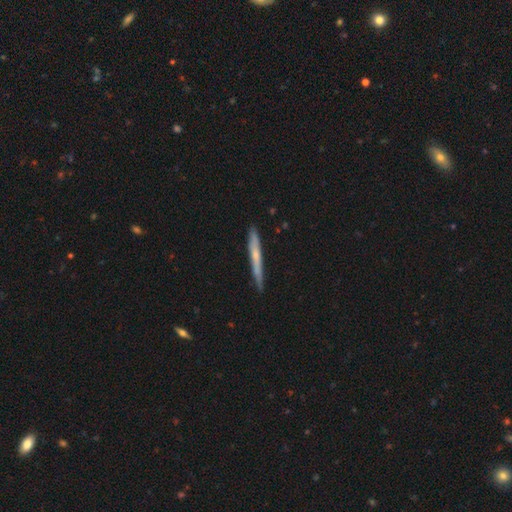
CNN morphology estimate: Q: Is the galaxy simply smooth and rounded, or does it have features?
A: featured or disk — 50%.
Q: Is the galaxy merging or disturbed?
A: none — 84%.